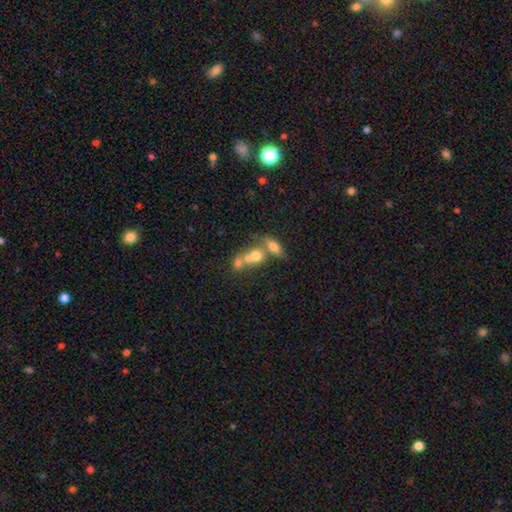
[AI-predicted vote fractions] Q: Smooth or featured?
A: smooth (63%); runner-up: featured or disk (25%)
Q: How rounded?
A: round (53%); runner-up: in between (43%)
Q: Merging?
A: merger (62%); runner-up: none (26%)